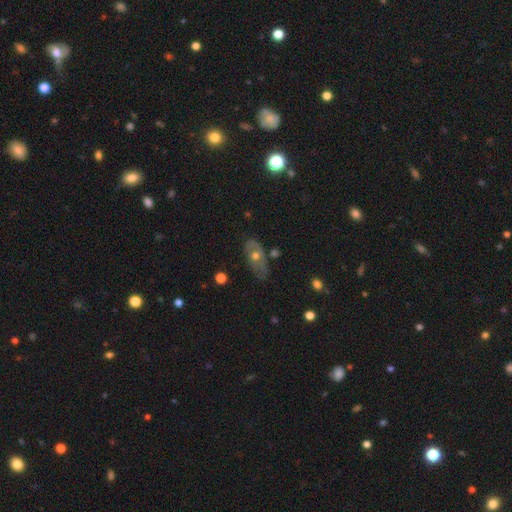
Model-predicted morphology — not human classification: smooth-or-featured: featured or disk: 51% | smooth: 39% | star or artifact: 10%
  disk-edge-on: no: 80% | yes: 20%
  merging: none: 57% | minor disturbance: 29% | major disturbance: 11% | merger: 4%